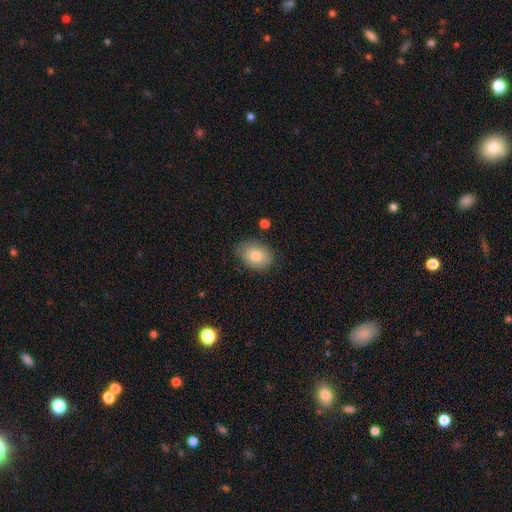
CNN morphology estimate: Smooth or featured?
  - smooth: 79% *
  - featured or disk: 13%
  - star or artifact: 8%
How rounded?
  - in between: 66% *
  - round: 33%
  - cigar-shaped: 1%
Merging?
  - none: 78% *
  - minor disturbance: 17%
  - major disturbance: 3%
  - merger: 2%